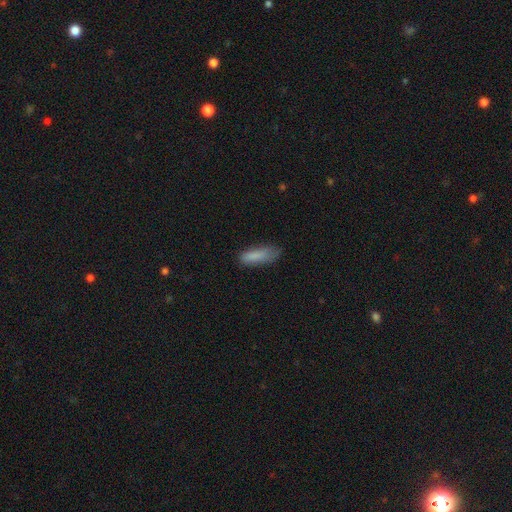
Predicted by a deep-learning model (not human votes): Overall: smooth (83%). How rounded: in between (51%; cigar-shaped 47%). Merging: none (57%; minor disturbance 30%).